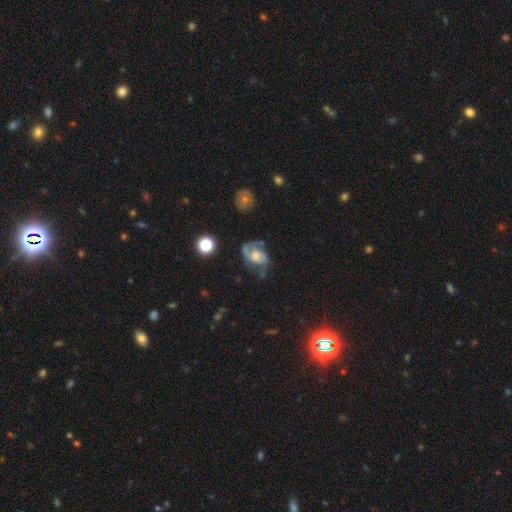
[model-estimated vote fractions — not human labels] Smooth or featured: featured or disk — 79% (smooth — 14%)
Edge-on disk: no — 97% (yes — 3%)
Bar: no — 61% (weak — 32%)
Spiral arms: yes — 92% (no — 8%)
Spiral winding: medium — 51% (loose — 26%)
Spiral arm count: 2 — 83% (can't tell — 7%)
Bulge size: moderate — 47% (small — 26%)
Merging: none — 55% (minor disturbance — 24%)